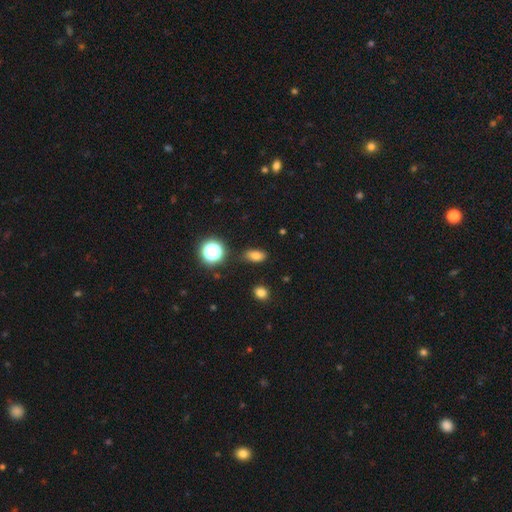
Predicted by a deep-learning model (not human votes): Q: Smooth or featured?
A: smooth (75%); runner-up: star or artifact (16%)
Q: How rounded?
A: in between (82%); runner-up: round (13%)
Q: Merging?
A: none (82%); runner-up: minor disturbance (12%)